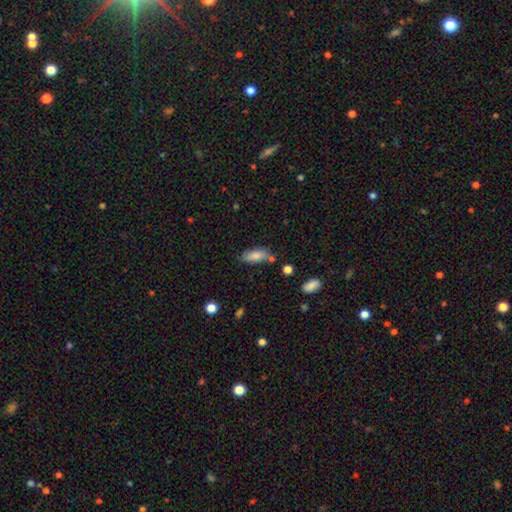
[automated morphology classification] Overall: smooth (82%). How rounded: in between (80%). Merging: none (69%).